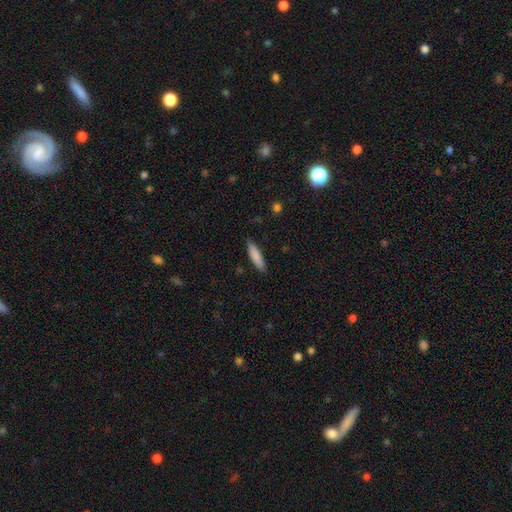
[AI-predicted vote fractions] This appears to be a smooth galaxy with no disk features (84%) that is cigar-shaped (74%). Merging: none (85%).